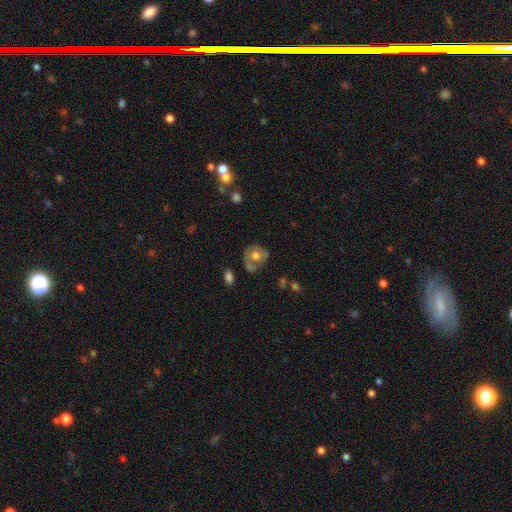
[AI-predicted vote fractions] A smooth galaxy with no disk features (52%) that is round (73%). Merging: none (52%).